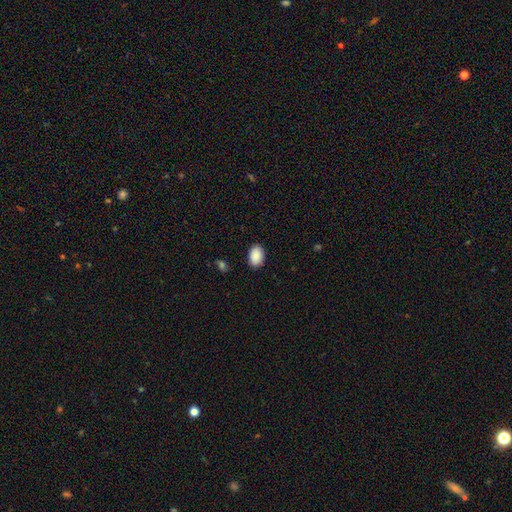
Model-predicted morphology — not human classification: Overall: smooth (89%). How rounded: in between (87%). Merging: none (87%).